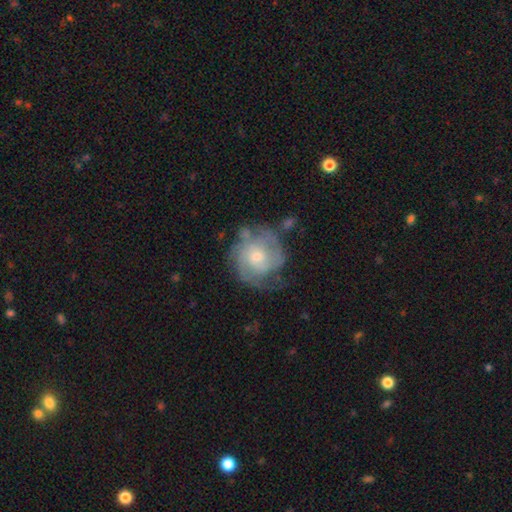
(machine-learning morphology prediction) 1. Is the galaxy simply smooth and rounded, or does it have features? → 74% featured or disk, 19% smooth, 7% star or artifact.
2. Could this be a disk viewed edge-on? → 98% no, 2% yes.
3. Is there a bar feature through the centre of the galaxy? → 73% no, 24% weak, 4% strong.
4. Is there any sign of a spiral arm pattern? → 87% yes, 13% no.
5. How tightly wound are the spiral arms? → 57% tight, 32% medium, 11% loose.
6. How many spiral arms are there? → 40% can't tell, 25% 2, 18% 3, 7% 4, 6% 1, 4% more than 4.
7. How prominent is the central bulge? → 47% moderate, 46% small, 4% large, 2% none, 1% dominant.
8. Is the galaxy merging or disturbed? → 62% none, 22% minor disturbance, 13% major disturbance, 3% merger.